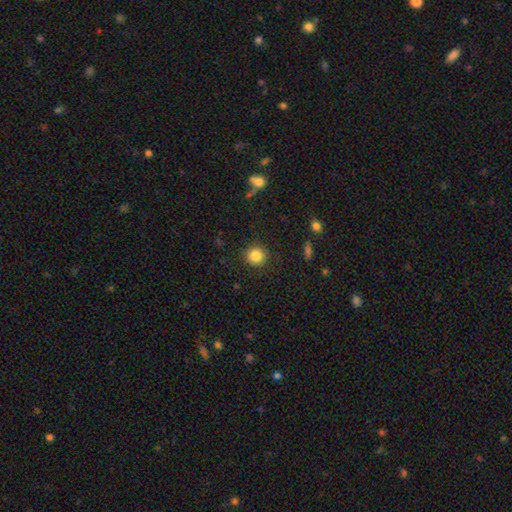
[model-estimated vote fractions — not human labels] smooth 84%, star or artifact 11%, featured or disk 5%. Down the decision tree: how rounded — round (91%); merging — none (90%).